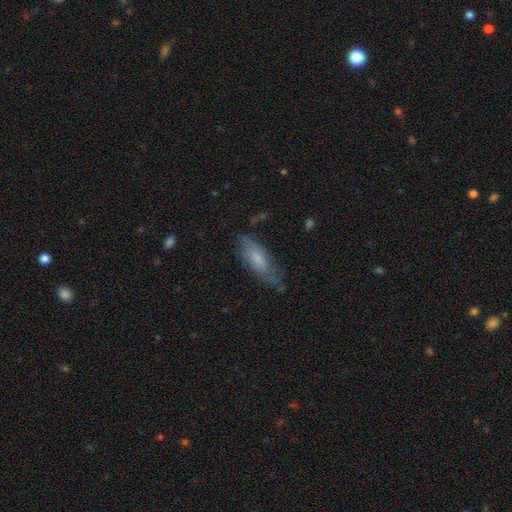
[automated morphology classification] A smooth galaxy with no disk features (55%) that is in between round and cigar-shaped (59%).

Vote fractions:
- Smooth or featured? smooth: 55% / featured or disk: 37% / star or artifact: 8%
- How rounded? in between: 59% / cigar-shaped: 39% / round: 2%
- Merging? none: 66% / minor disturbance: 25% / major disturbance: 8% / merger: 2%